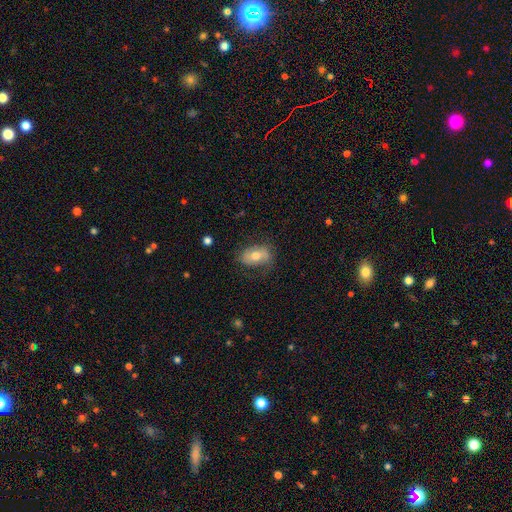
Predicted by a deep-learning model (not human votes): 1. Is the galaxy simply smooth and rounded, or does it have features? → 56% smooth, 36% featured or disk, 8% star or artifact.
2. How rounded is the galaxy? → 84% in between, 14% round, 2% cigar-shaped.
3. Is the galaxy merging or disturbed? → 64% none, 24% minor disturbance, 11% major disturbance, 1% merger.